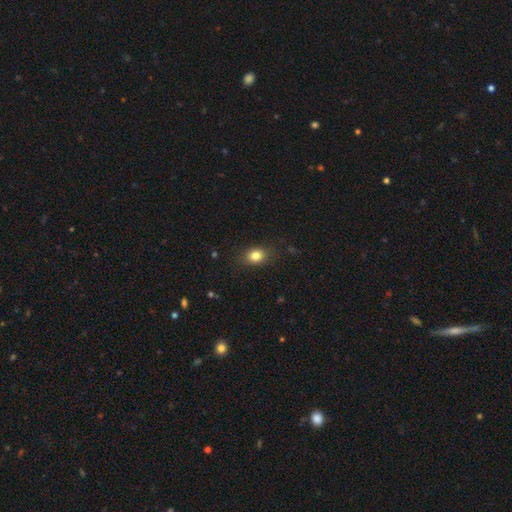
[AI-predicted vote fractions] This appears to be a smooth galaxy with no disk features (81%) that is in between round and cigar-shaped (57%). Merging: none (83%).